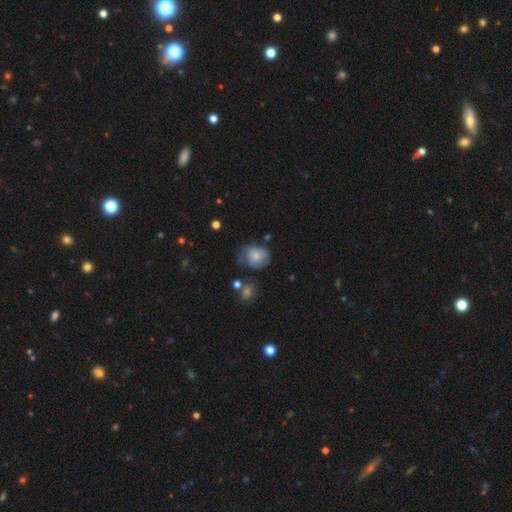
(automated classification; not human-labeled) The model was most divided on "merging": none: 41%, minor disturbance: 34%, major disturbance: 21%, merger: 4%. More confident: smooth or featured — smooth (66%); how rounded — round (56%).